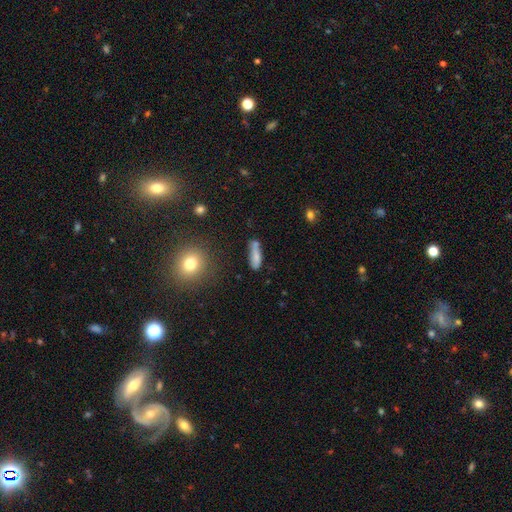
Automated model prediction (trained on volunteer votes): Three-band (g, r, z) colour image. It shows a smooth galaxy with no disk features (74%) that is cigar-shaped (56%). Merging: none (52%).